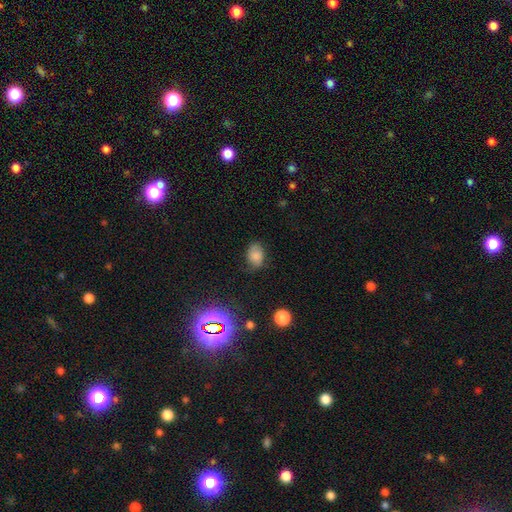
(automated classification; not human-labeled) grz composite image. It shows a smooth galaxy with no disk features (73%) that is in between round and cigar-shaped (79%). Merging: none (62%).